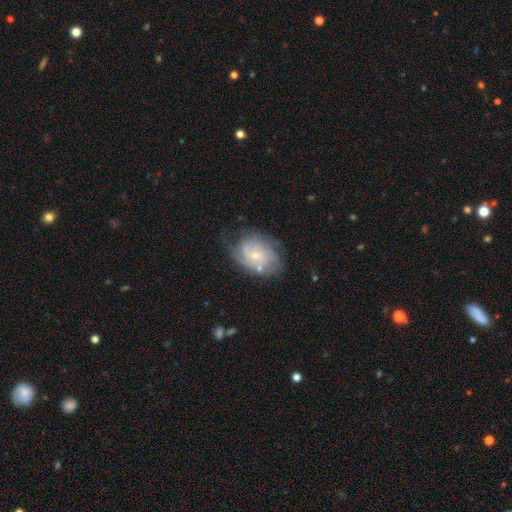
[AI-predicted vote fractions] This appears to be a featured or disk galaxy (72%) with no bar (65%), tight (50%) spiral arms (87%) and a small central bulge (70%). Merging: none (57%).